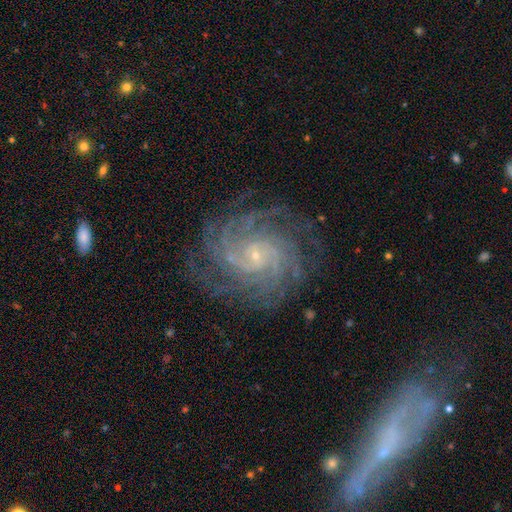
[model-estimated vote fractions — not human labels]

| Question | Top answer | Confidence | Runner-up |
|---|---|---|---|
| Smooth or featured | featured or disk | 90% | star or artifact (6%) |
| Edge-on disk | no | 98% | yes (2%) |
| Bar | no | 63% | weak (29%) |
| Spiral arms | yes | 98% | no (2%) |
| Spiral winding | tight | 72% | medium (24%) |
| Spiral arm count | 4 | 26% | more than 4 (24%) |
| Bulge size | small | 85% | moderate (10%) |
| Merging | none | 80% | minor disturbance (13%) |